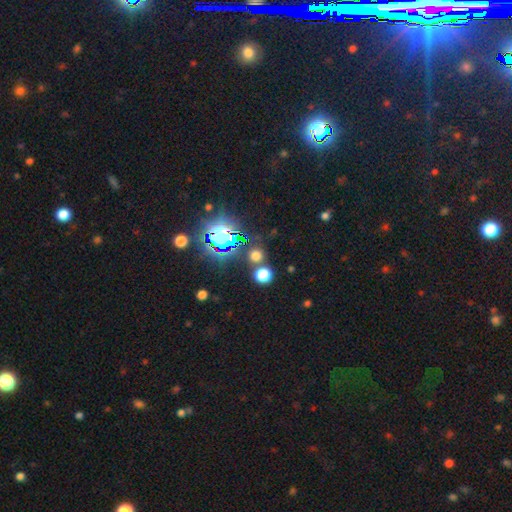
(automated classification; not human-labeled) Overall: smooth (59%; star or artifact 35%). How rounded: round (89%). Merging: none (79%).